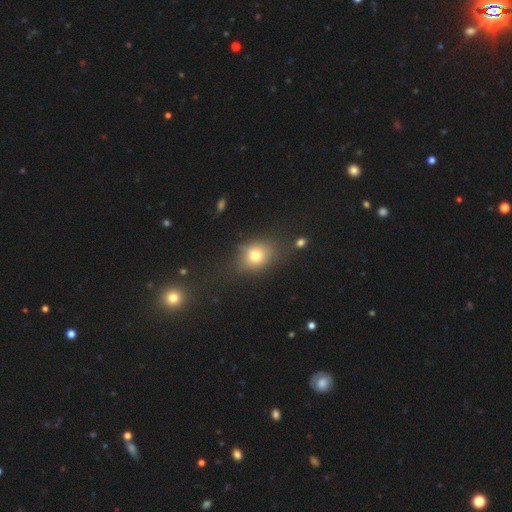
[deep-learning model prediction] smooth 75%, star or artifact 13%, featured or disk 12%. Down the decision tree: how rounded — round (50%); merging — none (68%).